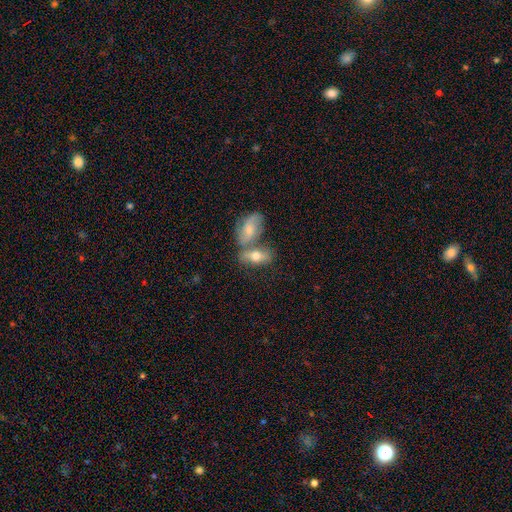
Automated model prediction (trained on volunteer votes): The model was most divided on "merging": merger: 50%, none: 35%, minor disturbance: 11%, major disturbance: 5%. More confident: how rounded — in between (78%); smooth or featured — smooth (56%).